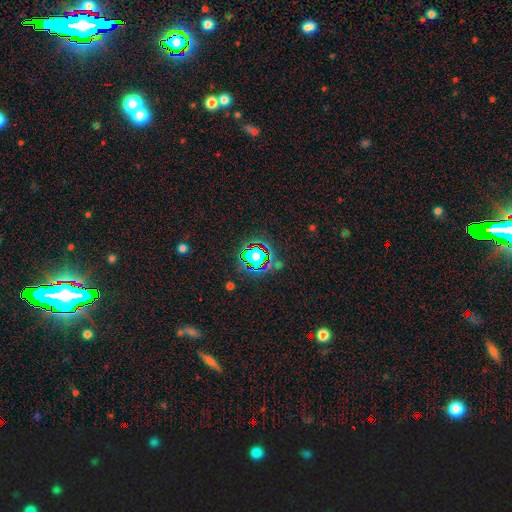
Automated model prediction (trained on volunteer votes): This appears to be a star or artifact, not a galaxy (58%).